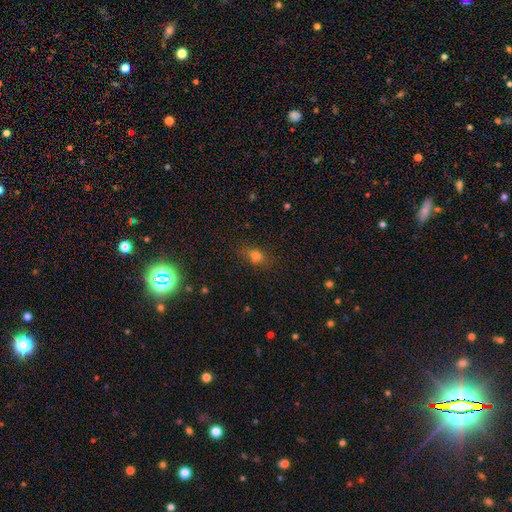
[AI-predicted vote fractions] Smooth or featured?
  - smooth: 67% *
  - star or artifact: 22%
  - featured or disk: 11%
How rounded?
  - in between: 57% *
  - round: 37%
  - cigar-shaped: 6%
Merging?
  - none: 70% *
  - minor disturbance: 17%
  - merger: 7%
  - major disturbance: 6%